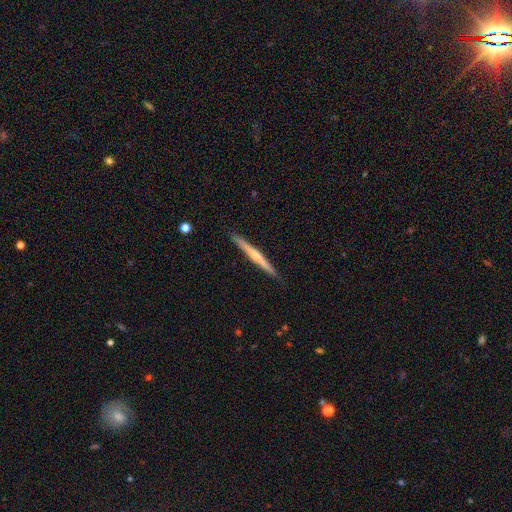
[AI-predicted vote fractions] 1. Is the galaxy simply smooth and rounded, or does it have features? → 61% featured or disk, 34% smooth, 5% star or artifact.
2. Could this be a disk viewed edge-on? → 98% yes, 2% no.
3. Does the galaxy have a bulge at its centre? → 58% rounded, 35% none, 7% boxy.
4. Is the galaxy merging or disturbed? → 90% none, 7% minor disturbance, 1% major disturbance, 1% merger.